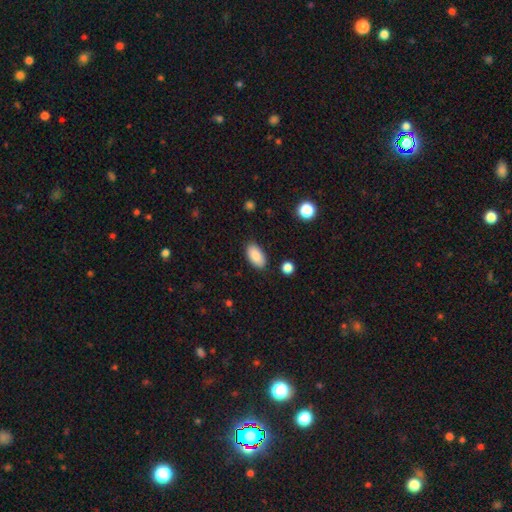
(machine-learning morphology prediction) This appears to be a smooth galaxy with no disk features (89%) that is in between round and cigar-shaped (94%). Merging: none (86%).